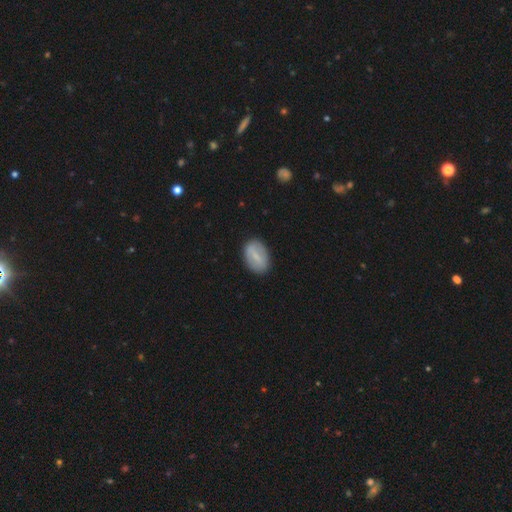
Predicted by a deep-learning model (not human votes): A smooth galaxy with no disk features (57%) that is in between round and cigar-shaped (89%). Merging: none (85%).